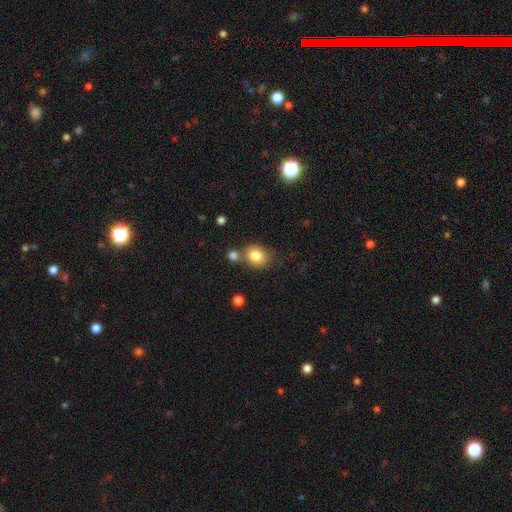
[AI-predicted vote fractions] A smooth galaxy with no disk features (82%) that is round (59%).

Vote fractions:
- Smooth or featured? smooth: 82% / star or artifact: 10% / featured or disk: 8%
- How rounded? round: 59% / in between: 40% / cigar-shaped: 1%
- Merging? none: 63% / merger: 19% / minor disturbance: 14% / major disturbance: 4%